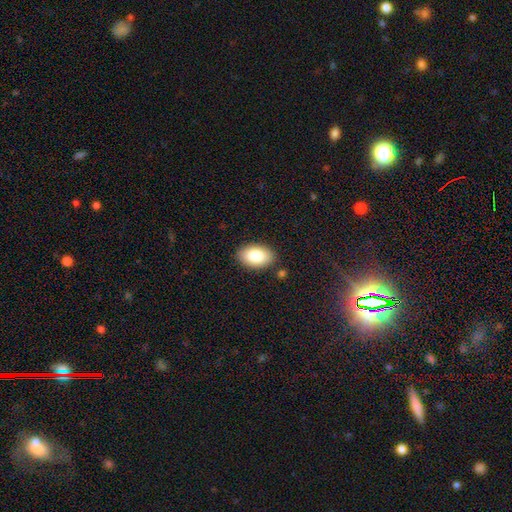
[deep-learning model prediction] Overall: smooth (83%). How rounded: in between (92%). Merging: none (87%).